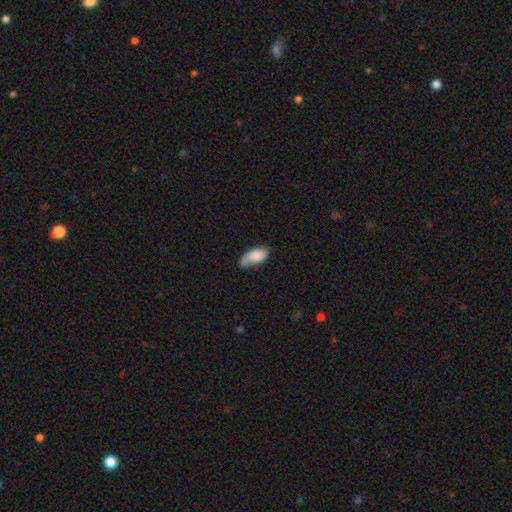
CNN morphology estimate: Overall: smooth (75%). How rounded: in between (90%). Merging: none (54%; minor disturbance 33%).